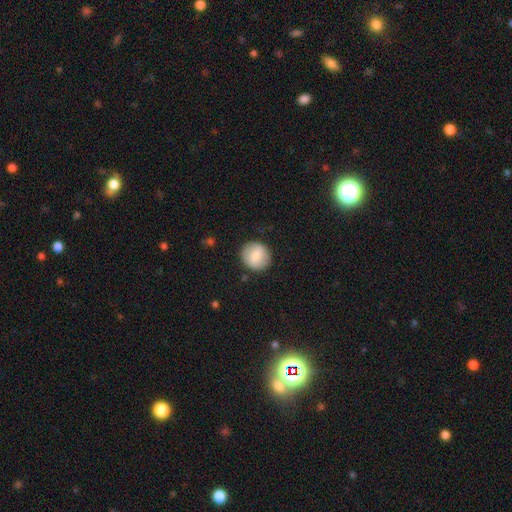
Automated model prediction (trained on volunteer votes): smooth_or_featured: smooth (p=0.76) [alt: featured or disk p=0.17]
how_rounded: round (p=0.90) [alt: in between p=0.09]
merging: none (p=0.89) [alt: minor disturbance p=0.08]